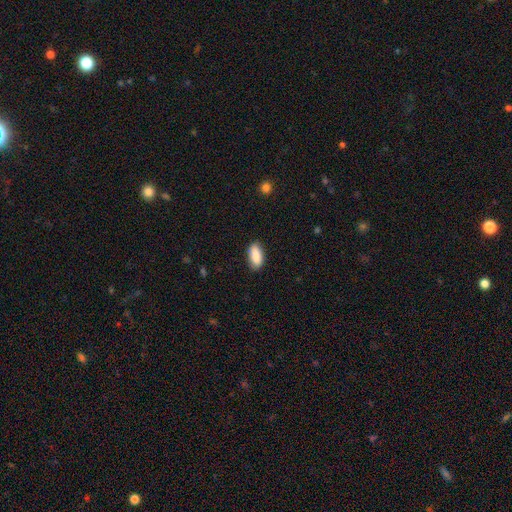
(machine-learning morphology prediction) smooth-or-featured: smooth: 88% | star or artifact: 6% | featured or disk: 6%
  how-rounded: in between: 88% | cigar-shaped: 10% | round: 2%
  merging: none: 86% | minor disturbance: 11% | major disturbance: 2% | merger: 1%